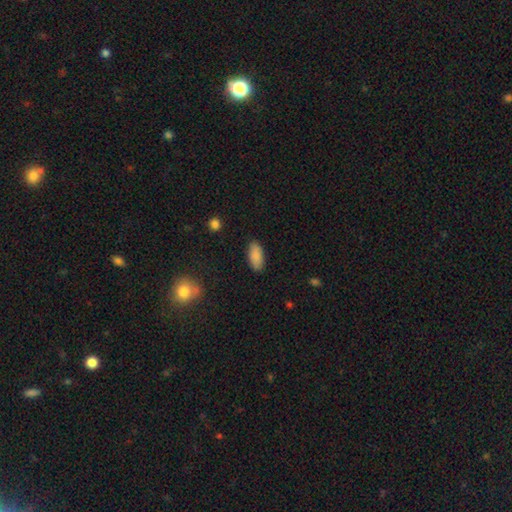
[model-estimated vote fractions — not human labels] The model was most divided on "merging": none: 88%, minor disturbance: 9%, major disturbance: 2%, merger: 1%. More confident: how rounded — in between (90%); smooth or featured — smooth (89%).